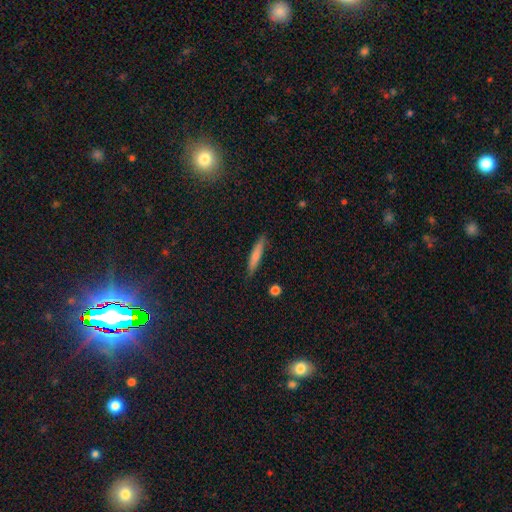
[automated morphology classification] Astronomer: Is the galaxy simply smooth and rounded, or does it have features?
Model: smooth — 72%.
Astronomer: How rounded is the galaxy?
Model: cigar-shaped — 91%.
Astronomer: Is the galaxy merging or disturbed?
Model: none — 84%.